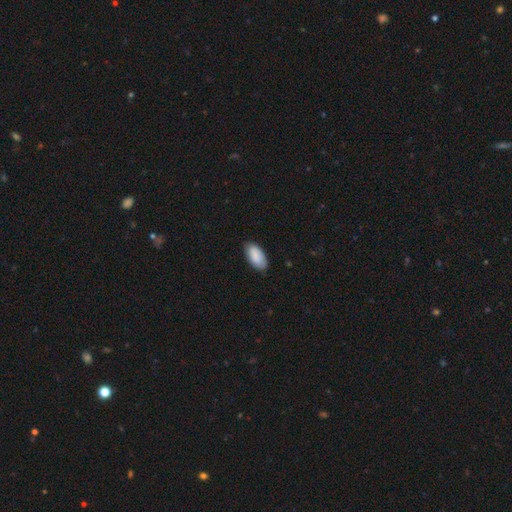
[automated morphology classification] type=smooth (87%); roundness=in between (95%); merging=none (82%).